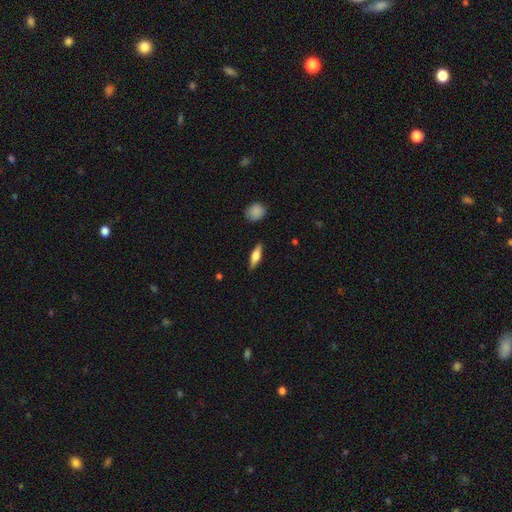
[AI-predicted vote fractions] Overall: smooth (56%; featured or disk 38%). How rounded: in between (48%, tied with cigar-shaped). Merging: none (87%).